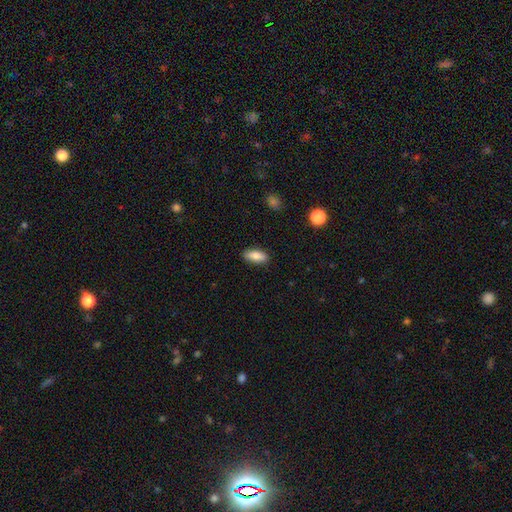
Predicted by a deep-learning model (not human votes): Smooth or featured: smooth — 83% (featured or disk — 10%)
How rounded: in between — 81% (cigar-shaped — 16%)
Merging: none — 89% (minor disturbance — 8%)